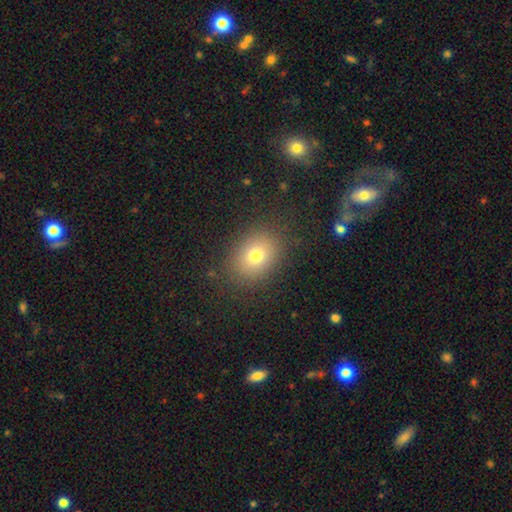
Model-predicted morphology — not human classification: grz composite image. It shows a smooth galaxy with no disk features (76%) that is in between round and cigar-shaped (58%). Merging: none (85%).